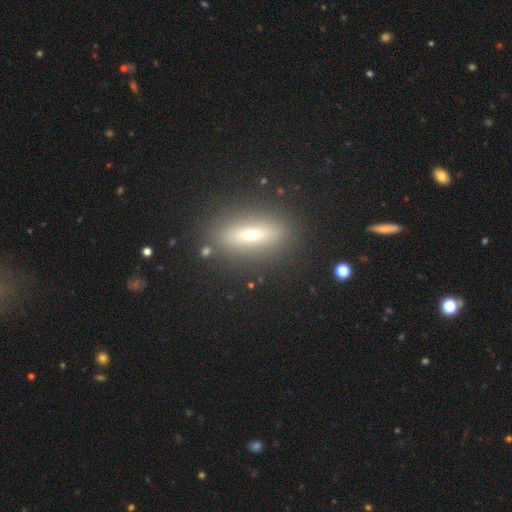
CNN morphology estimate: A smooth galaxy with no disk features (46%).

Vote fractions:
- Smooth or featured? smooth: 46% / featured or disk: 39% / star or artifact: 14%
- Merging? none: 87% / minor disturbance: 8% / major disturbance: 3% / merger: 2%